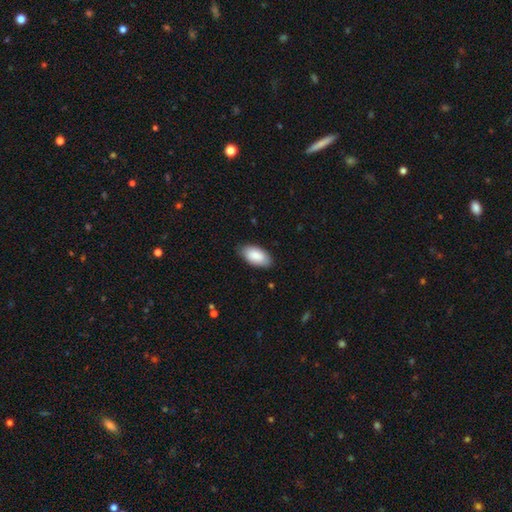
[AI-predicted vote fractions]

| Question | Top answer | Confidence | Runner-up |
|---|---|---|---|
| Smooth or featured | smooth | 88% | featured or disk (6%) |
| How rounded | in between | 95% | cigar-shaped (3%) |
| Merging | none | 83% | minor disturbance (13%) |